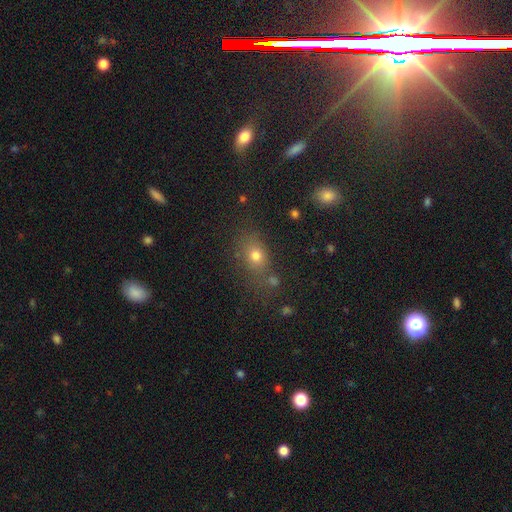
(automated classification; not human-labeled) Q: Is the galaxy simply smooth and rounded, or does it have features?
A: smooth — 69%.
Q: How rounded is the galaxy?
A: in between — 54%.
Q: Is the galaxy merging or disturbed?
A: none — 71%.